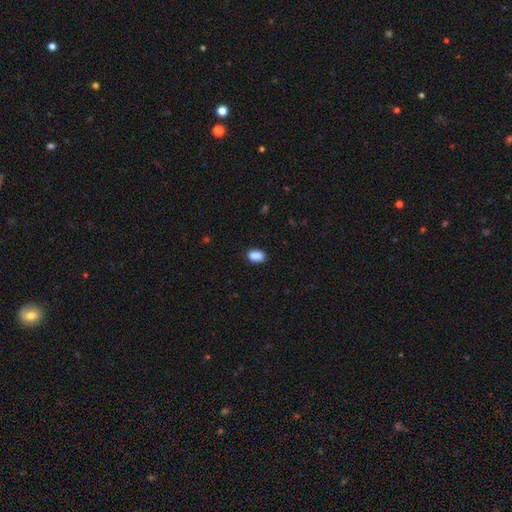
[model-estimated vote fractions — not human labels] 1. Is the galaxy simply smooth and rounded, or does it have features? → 89% smooth, 8% star or artifact, 3% featured or disk.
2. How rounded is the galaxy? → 89% in between, 9% round, 2% cigar-shaped.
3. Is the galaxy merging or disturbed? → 83% none, 13% minor disturbance, 2% major disturbance, 2% merger.